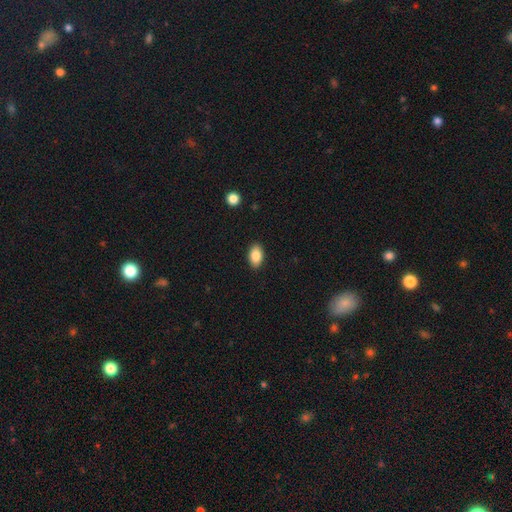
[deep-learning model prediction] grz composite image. It shows a smooth galaxy with no disk features (86%) that is in between round and cigar-shaped (91%). Merging: none (89%).